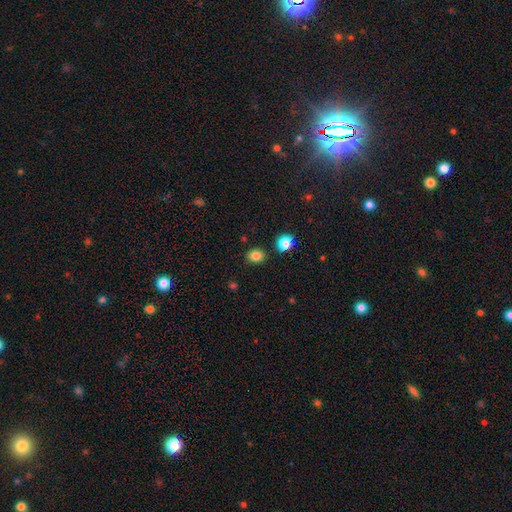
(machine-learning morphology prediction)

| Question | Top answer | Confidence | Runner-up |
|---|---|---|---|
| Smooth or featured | smooth | 83% | star or artifact (12%) |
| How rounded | round | 55% | in between (44%) |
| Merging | none | 85% | minor disturbance (9%) |